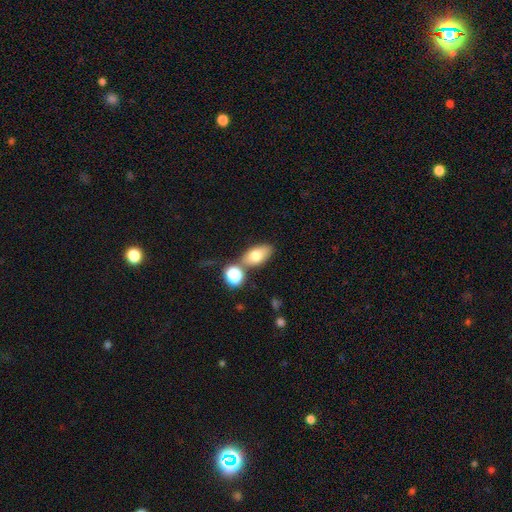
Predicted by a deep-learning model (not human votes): smooth_or_featured: smooth (p=0.75) [alt: featured or disk p=0.16]
how_rounded: in between (p=0.87) [alt: round p=0.09]
merging: none (p=0.65) [alt: merger p=0.18]